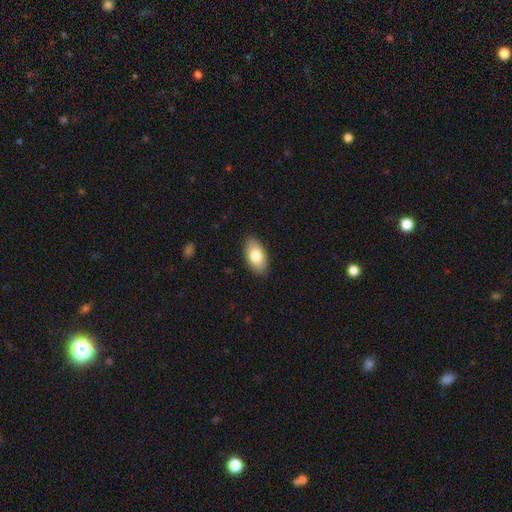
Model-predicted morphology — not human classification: smooth 79%, featured or disk 15%, star or artifact 6%. Down the decision tree: how rounded — in between (93%); merging — none (88%).